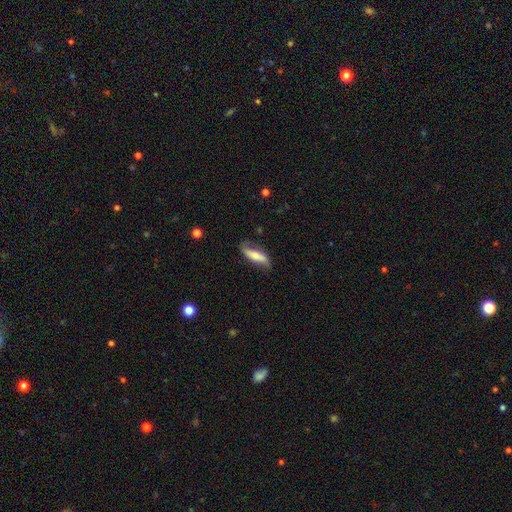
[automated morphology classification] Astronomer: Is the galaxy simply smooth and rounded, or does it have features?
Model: featured or disk — 49% (runner-up: smooth, 45%).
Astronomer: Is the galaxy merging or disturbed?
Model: none — 66%.